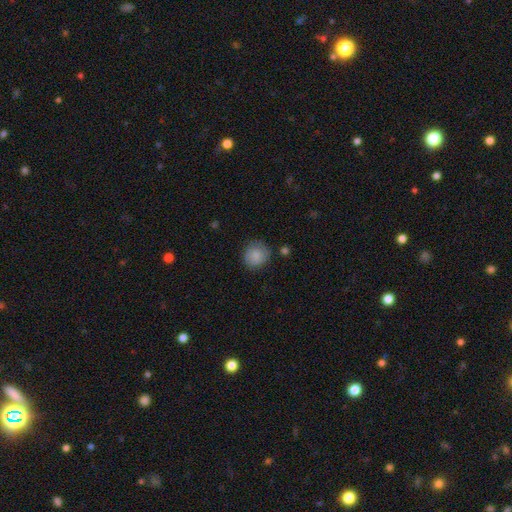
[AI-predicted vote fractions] Morphology: type=smooth (81%); roundness=round (82%); merging=none (77%).